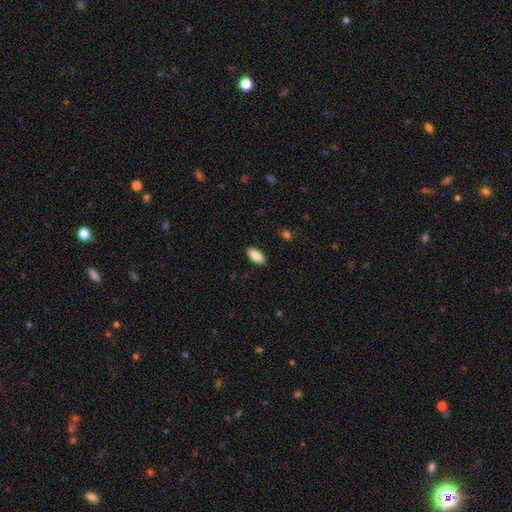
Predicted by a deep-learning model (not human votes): Overall: smooth (84%). How rounded: in between (90%). Merging: none (90%).